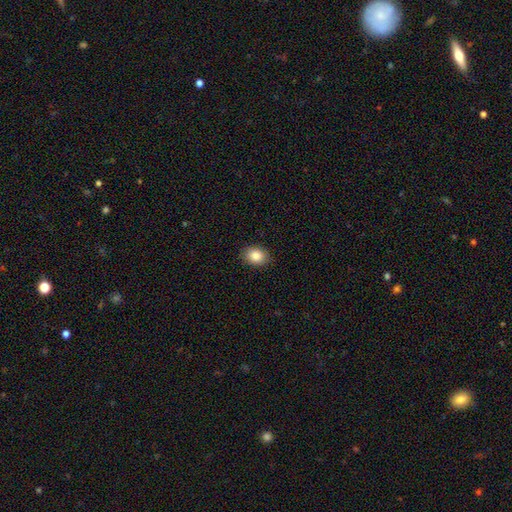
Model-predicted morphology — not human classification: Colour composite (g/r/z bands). It shows a smooth galaxy with no disk features (86%) that is in between round and cigar-shaped (66%). Merging: none (88%).